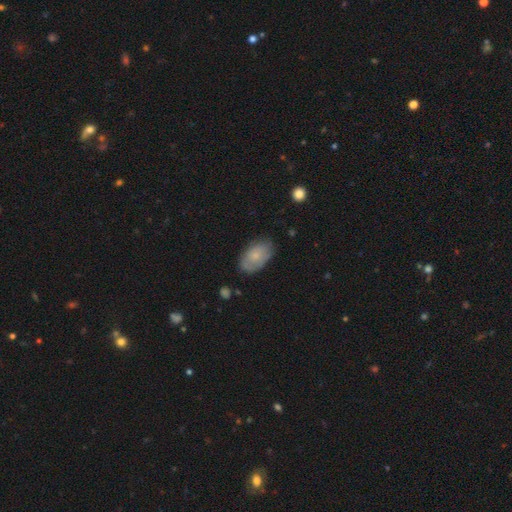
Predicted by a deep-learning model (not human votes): Smooth or featured? Predicted: smooth (p=0.70). How rounded? Predicted: in between (p=0.93). Merging? Predicted: none (p=0.73).